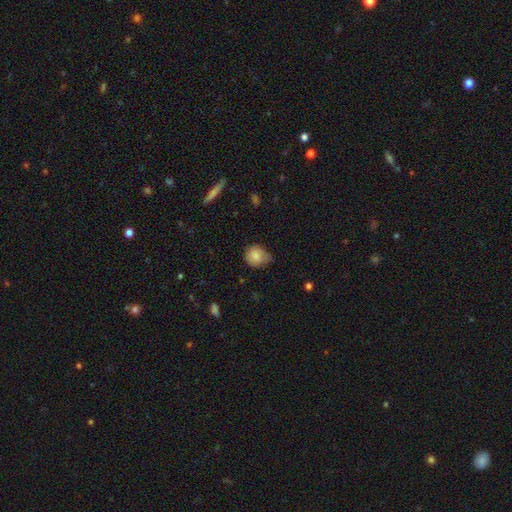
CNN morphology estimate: smooth-or-featured: smooth: 82% | featured or disk: 10% | star or artifact: 8%
  how-rounded: round: 77% | in between: 22% | cigar-shaped: 1%
  merging: none: 53% | minor disturbance: 38% | major disturbance: 7% | merger: 2%